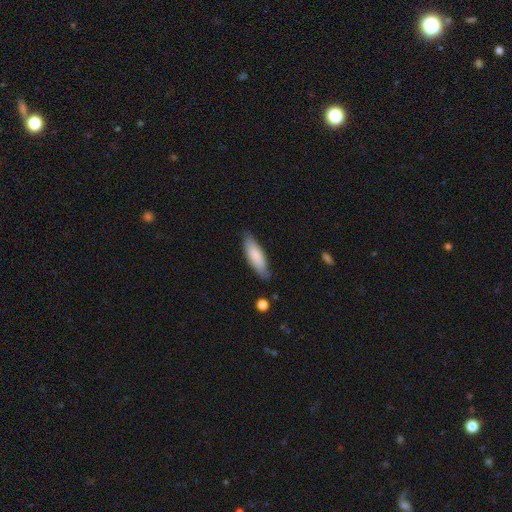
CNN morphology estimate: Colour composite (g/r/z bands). It shows a smooth galaxy with no disk features (82%) that is in between round and cigar-shaped (52%). Merging: none (80%).